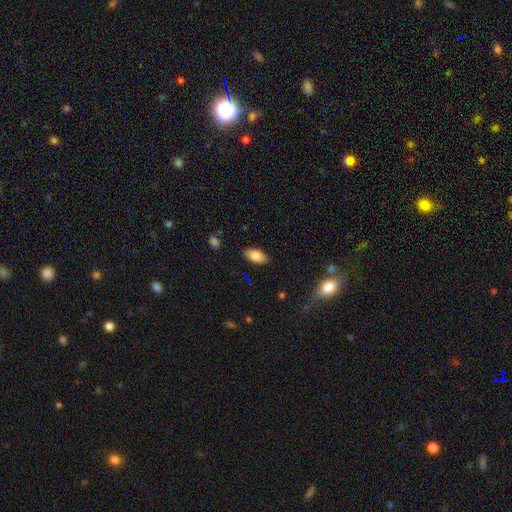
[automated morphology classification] smooth 82%, featured or disk 11%, star or artifact 7%. Down the decision tree: how rounded — in between (91%); merging — none (85%).